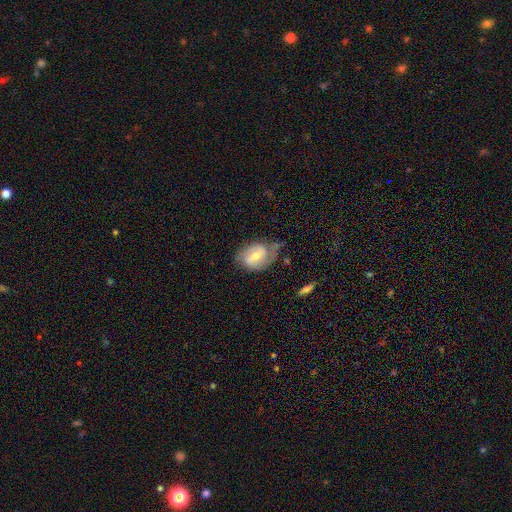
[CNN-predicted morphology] type=featured or disk (71%); edge-on=no (96%); bar=weak (53%); spiral arms=yes (88%); winding=medium (43%); arm count=2 (70%); bulge=moderate (61%); merging=none (49%).